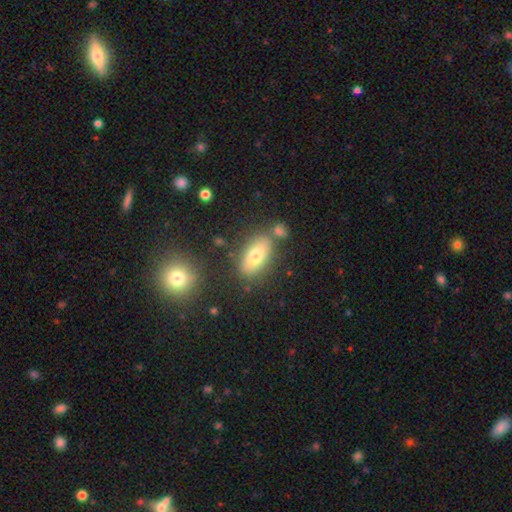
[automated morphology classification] Overall: smooth (71%). How rounded: in between (84%). Merging: none (75%).